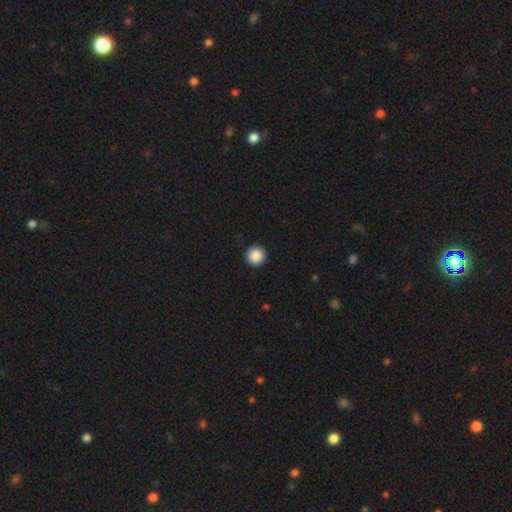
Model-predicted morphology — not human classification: A smooth galaxy with no disk features (88%) that is round (96%).

Vote fractions:
- Smooth or featured? smooth: 88% / star or artifact: 9% / featured or disk: 3%
- How rounded? round: 96% / in between: 3% / cigar-shaped: 1%
- Merging? none: 94% / minor disturbance: 4% / major disturbance: 1% / merger: 1%